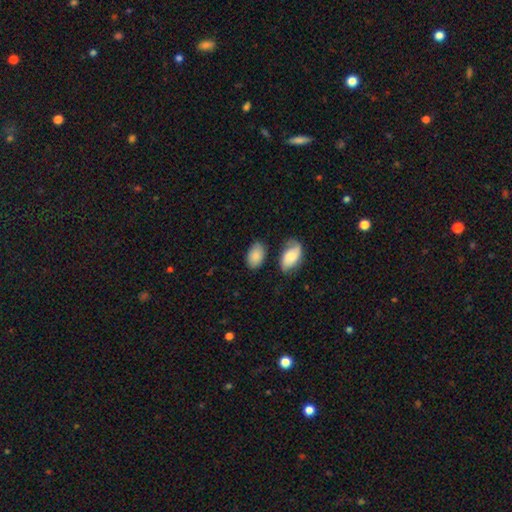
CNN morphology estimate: smooth 83%, featured or disk 10%, star or artifact 7%. Down the decision tree: how rounded — in between (88%); merging — none (68%).